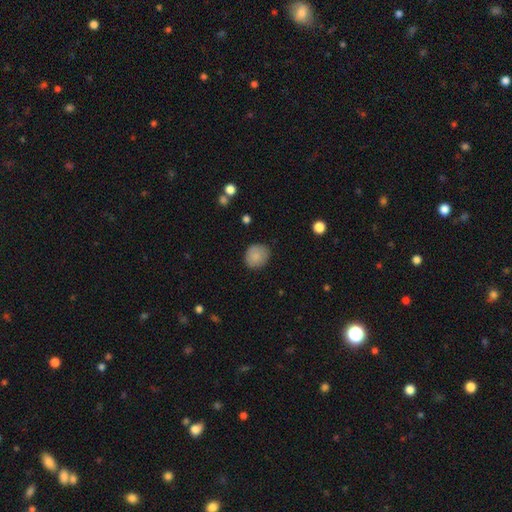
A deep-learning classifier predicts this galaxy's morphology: smooth 85%, star or artifact 8%, featured or disk 7%. Down the decision tree: how rounded — round (76%); merging — none (83%).